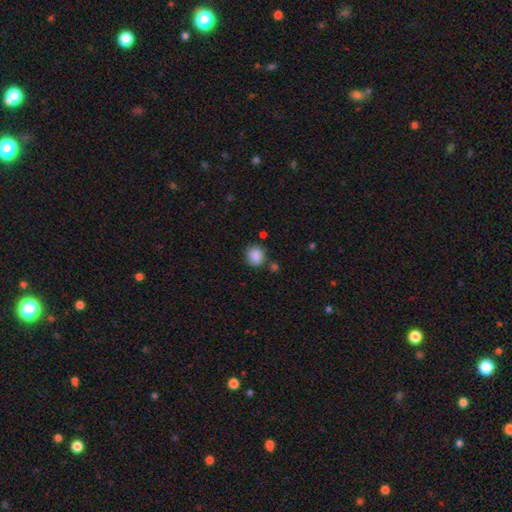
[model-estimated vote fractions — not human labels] This is clearly a smooth galaxy (88%). How rounded: clearly round (80%). Merging: likely none (78%).